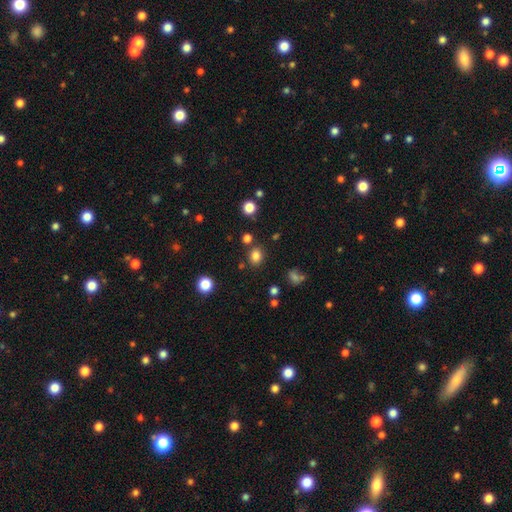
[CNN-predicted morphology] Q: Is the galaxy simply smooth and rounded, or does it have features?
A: smooth — 81%.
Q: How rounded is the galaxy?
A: round — 66%.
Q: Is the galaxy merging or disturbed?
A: none — 83%.